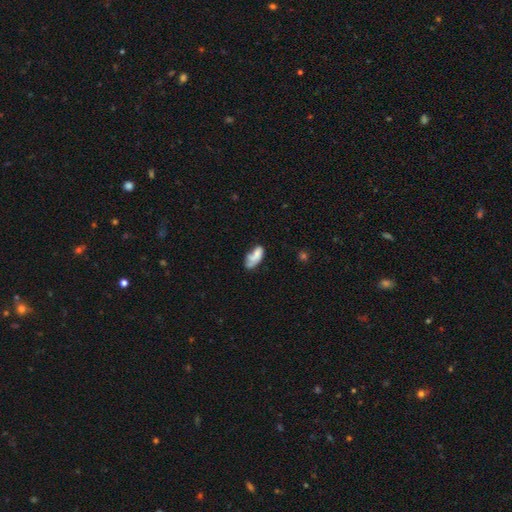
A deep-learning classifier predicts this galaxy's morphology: A smooth galaxy with no disk features (61%) that is in between round and cigar-shaped (87%). Merging: none (32%).